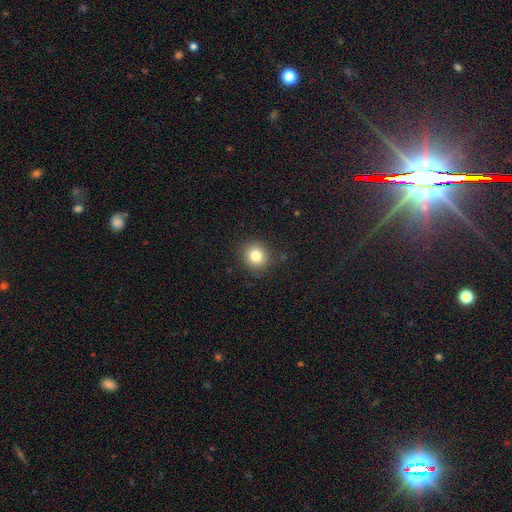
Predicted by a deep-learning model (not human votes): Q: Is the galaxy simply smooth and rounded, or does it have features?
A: smooth — 82%.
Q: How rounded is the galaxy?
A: round — 82%.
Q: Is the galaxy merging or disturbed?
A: none — 88%.